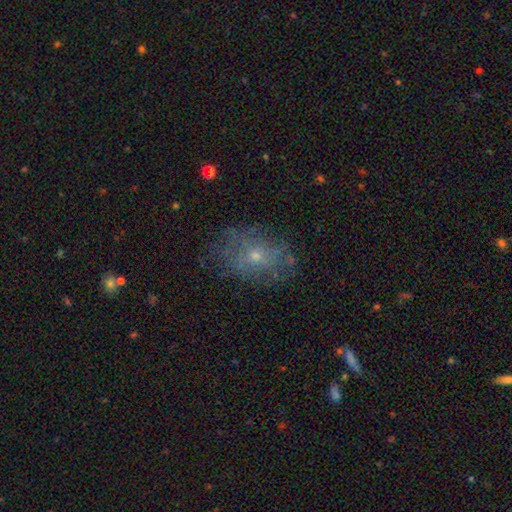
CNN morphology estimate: Smooth or featured? Predicted: smooth (p=0.44). Merging? Predicted: none (p=0.66).